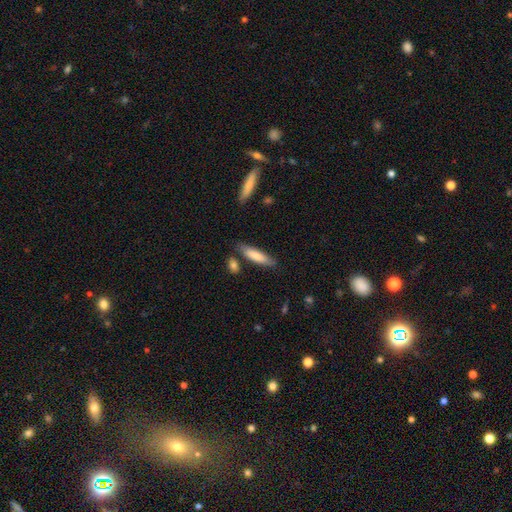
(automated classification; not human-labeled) This appears to be a smooth galaxy with no disk features (78%) that is cigar-shaped (74%). Merging: none (80%).